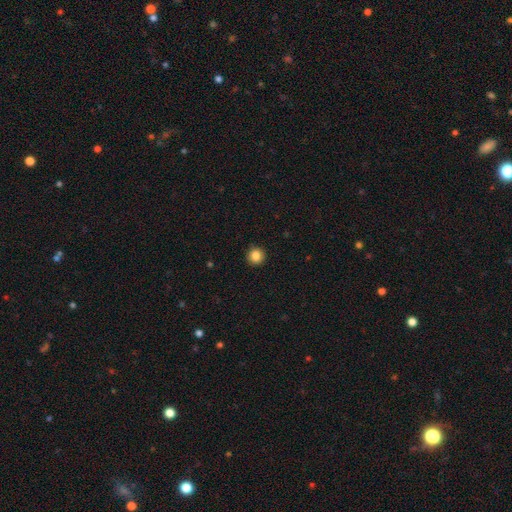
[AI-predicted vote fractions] Smooth or featured? Predicted: smooth (p=0.86). How rounded? Predicted: round (p=0.95). Merging? Predicted: none (p=0.93).